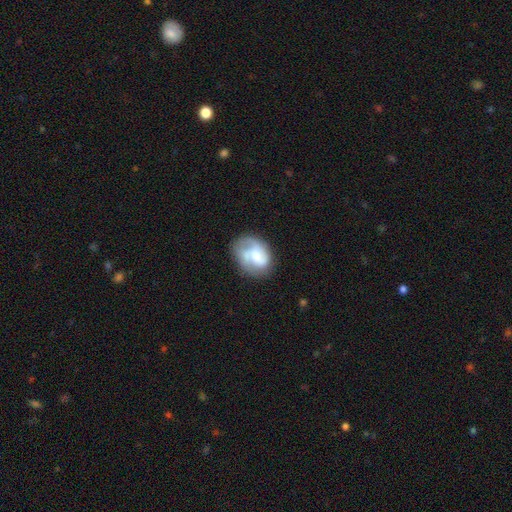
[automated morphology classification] Smooth or featured? Predicted: featured or disk (p=0.57). Edge-on disk? Predicted: no (p=0.98). Bar? Predicted: no (p=0.60). Spiral arms? Predicted: yes (p=0.81). Bulge size? Predicted: moderate (p=0.40). Merging? Predicted: none (p=0.55).